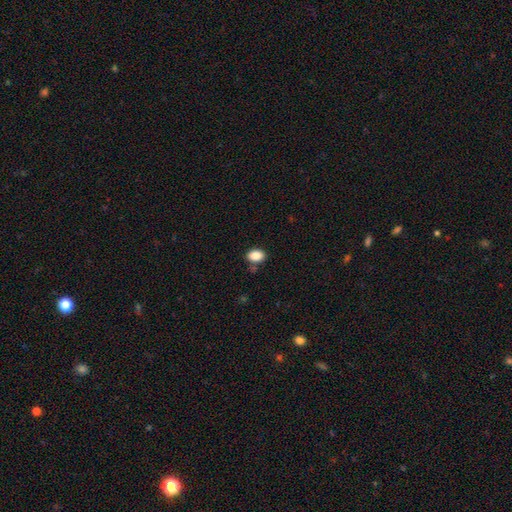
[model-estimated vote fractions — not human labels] smooth-or-featured: smooth: 88% | star or artifact: 9% | featured or disk: 4%
  how-rounded: in between: 78% | round: 21% | cigar-shaped: 1%
  merging: none: 79% | minor disturbance: 13% | merger: 5% | major disturbance: 3%